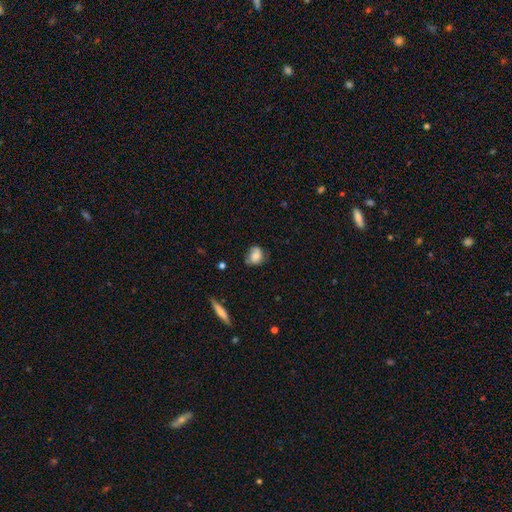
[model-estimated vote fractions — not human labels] Smooth or featured? smooth (73%)
How rounded? in between (49%, tied with round)
Merging? none (56%)